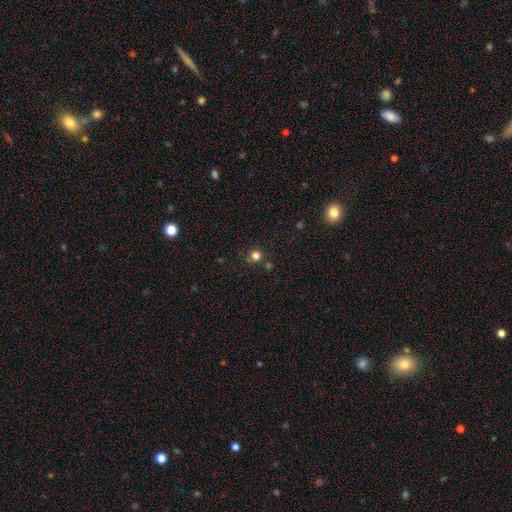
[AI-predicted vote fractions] smooth 78%, star or artifact 17%, featured or disk 5%. Down the decision tree: how rounded — round (92%); merging — none (79%).